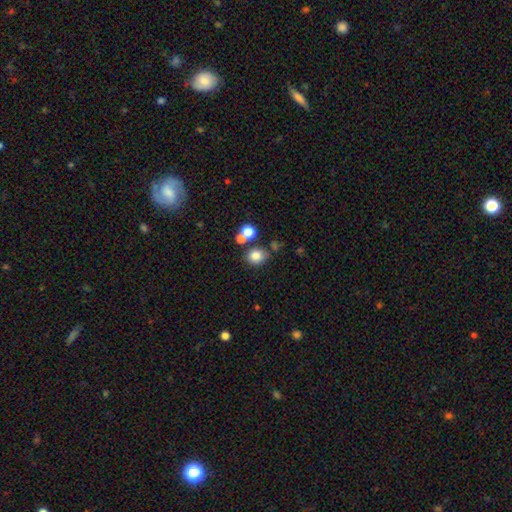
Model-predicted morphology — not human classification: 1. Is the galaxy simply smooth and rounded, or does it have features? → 79% smooth, 13% star or artifact, 8% featured or disk.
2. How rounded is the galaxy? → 68% round, 31% in between, 1% cigar-shaped.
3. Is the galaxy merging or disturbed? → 67% none, 18% merger, 11% minor disturbance, 4% major disturbance.